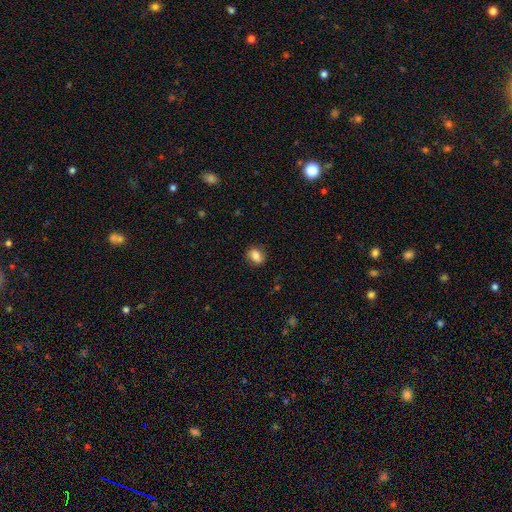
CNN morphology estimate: Overall: smooth (76%). How rounded: in between (51%; round 48%). Merging: none (80%).